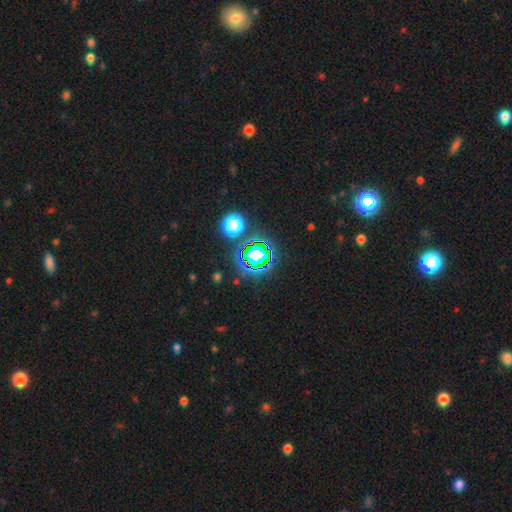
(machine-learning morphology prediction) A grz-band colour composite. It shows a star or artifact, not a galaxy (72%).